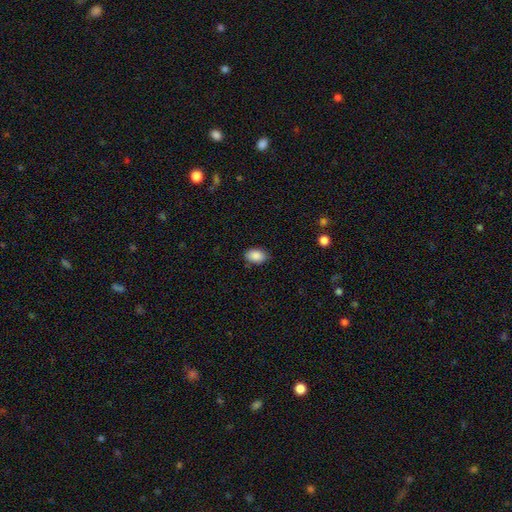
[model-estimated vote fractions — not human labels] A smooth galaxy with no disk features (89%) that is in between round and cigar-shaped (86%).

Vote fractions:
- Smooth or featured? smooth: 89% / star or artifact: 7% / featured or disk: 4%
- How rounded? in between: 86% / round: 13% / cigar-shaped: 1%
- Merging? none: 83% / minor disturbance: 13% / major disturbance: 3% / merger: 1%